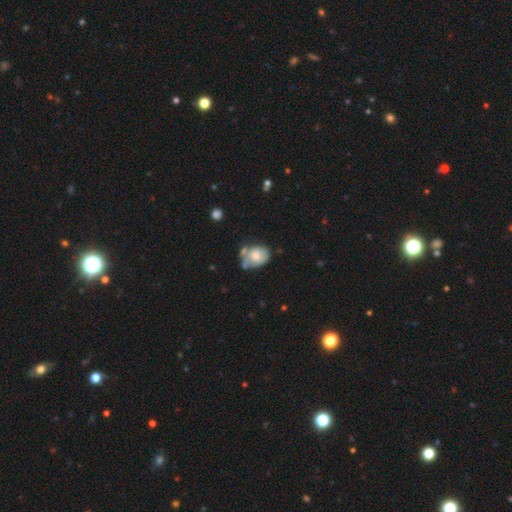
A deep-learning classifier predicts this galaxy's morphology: smooth_or_featured: smooth (p=0.67) [alt: featured or disk p=0.26]
how_rounded: in between (p=0.59) [alt: round p=0.40]
merging: none (p=0.40) [alt: minor disturbance p=0.28]